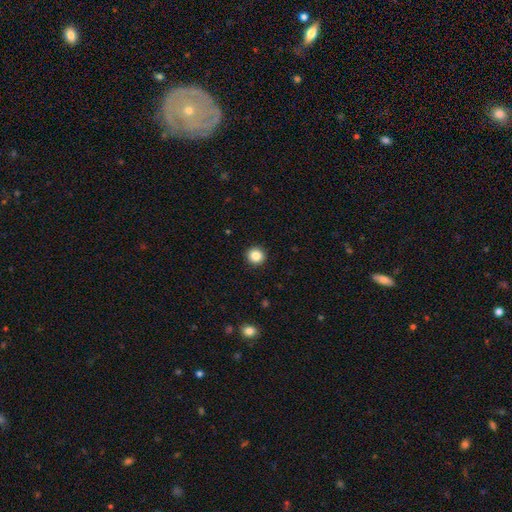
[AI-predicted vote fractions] smooth-or-featured: smooth: 85% | star or artifact: 10% | featured or disk: 5%
  how-rounded: round: 94% | in between: 5% | cigar-shaped: 1%
  merging: none: 93% | minor disturbance: 4% | major disturbance: 2% | merger: 1%